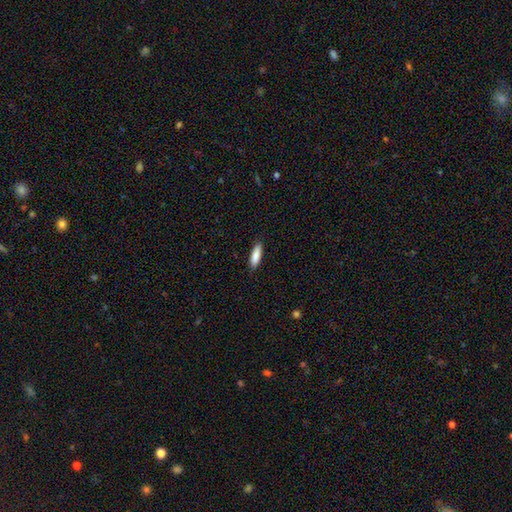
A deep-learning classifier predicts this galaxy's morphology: Smooth or featured? smooth (87%)
How rounded? cigar-shaped (57%)
Merging? none (88%)